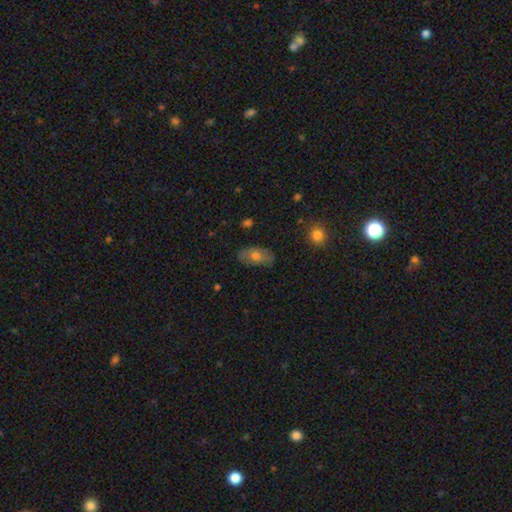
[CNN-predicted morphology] A smooth galaxy with no disk features (58%) that is in between round and cigar-shaped (91%). Merging: none (79%).